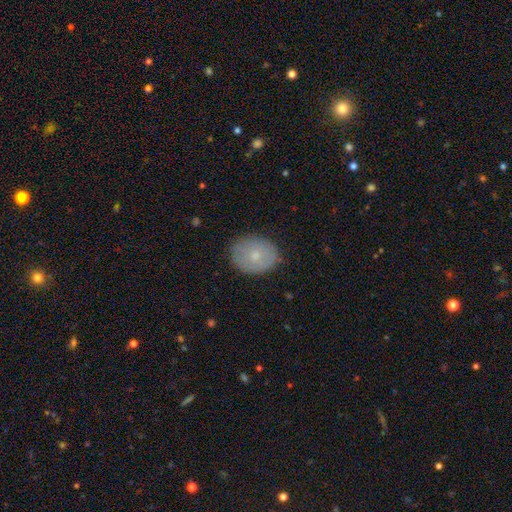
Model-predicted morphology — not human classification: Overall: smooth (68%). How rounded: in between (56%; round 43%). Merging: none (82%).